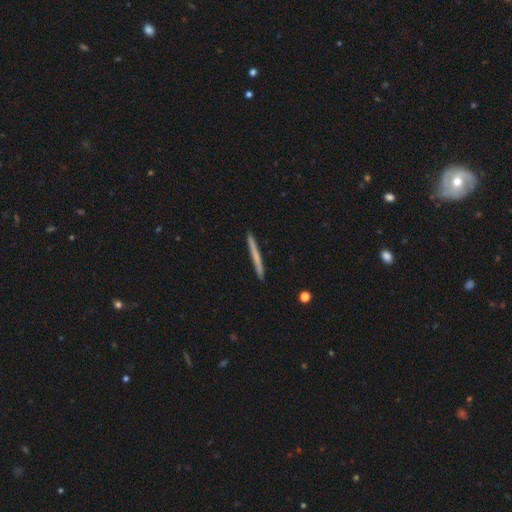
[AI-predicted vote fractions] Smooth or featured? Predicted: smooth (p=0.55). How rounded? Predicted: cigar-shaped (p=0.97). Merging? Predicted: none (p=0.92).